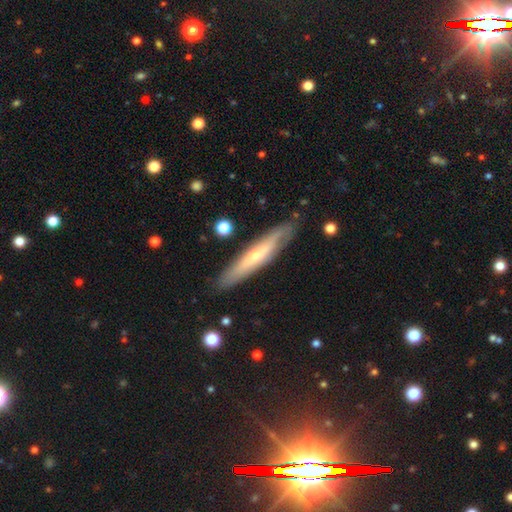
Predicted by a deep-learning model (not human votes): featured or disk 56%, smooth 38%, star or artifact 6%. Down the decision tree: edge-on disk — yes (72%); merging — none (84%).